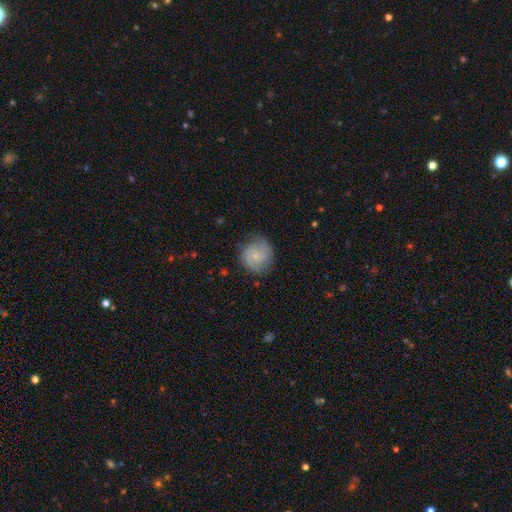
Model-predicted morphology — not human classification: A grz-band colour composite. It shows a featured or disk galaxy (59%) with no bar (69%), 2 (60%) tight (55%) spiral arms (90%) and a small central bulge (73%). Merging: none (70%).